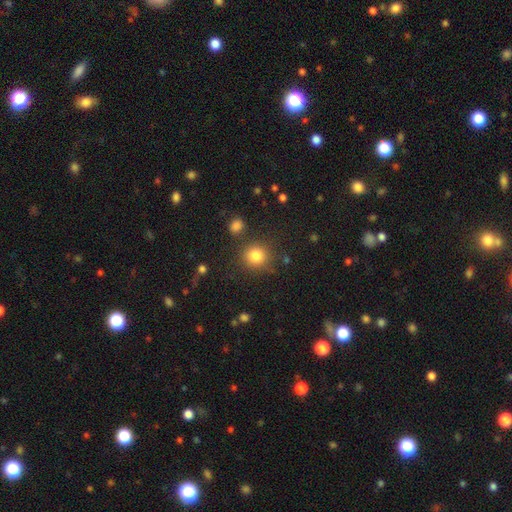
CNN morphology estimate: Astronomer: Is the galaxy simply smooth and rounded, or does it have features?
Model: smooth — 83%.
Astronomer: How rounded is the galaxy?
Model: round — 90%.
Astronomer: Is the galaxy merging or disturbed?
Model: none — 82%.